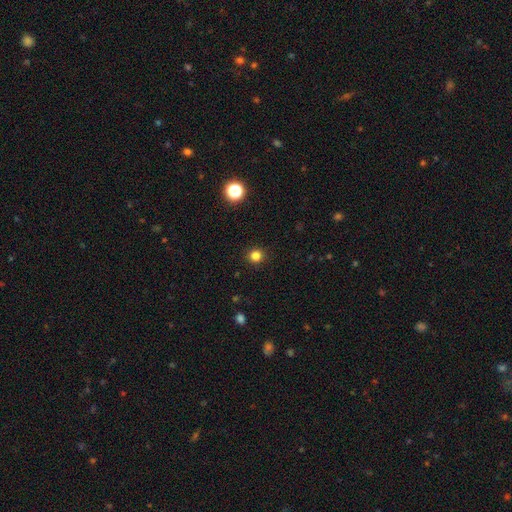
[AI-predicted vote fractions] Morphology: type=smooth (82%); roundness=round (92%); merging=none (92%).